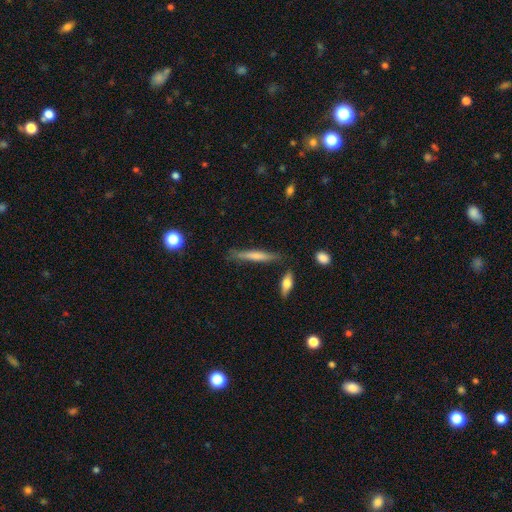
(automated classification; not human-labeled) This is possibly a smooth galaxy (60%). How rounded: clearly cigar-shaped (93%). Merging: likely none (78%).